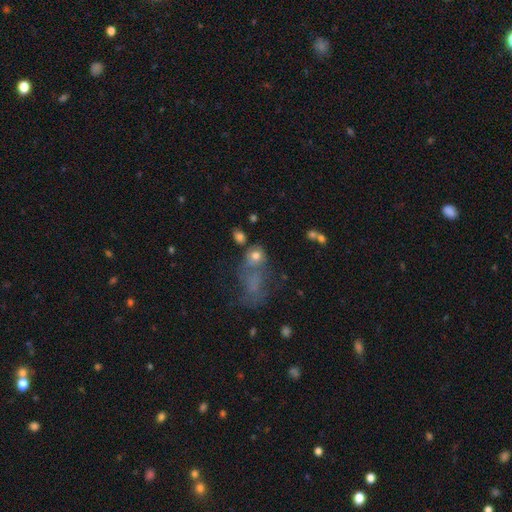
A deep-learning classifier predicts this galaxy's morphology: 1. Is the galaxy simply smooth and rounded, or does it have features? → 70% smooth, 15% featured or disk, 14% star or artifact.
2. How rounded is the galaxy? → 62% round, 36% in between, 2% cigar-shaped.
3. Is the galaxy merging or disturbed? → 41% none, 27% merger, 17% major disturbance, 15% minor disturbance.